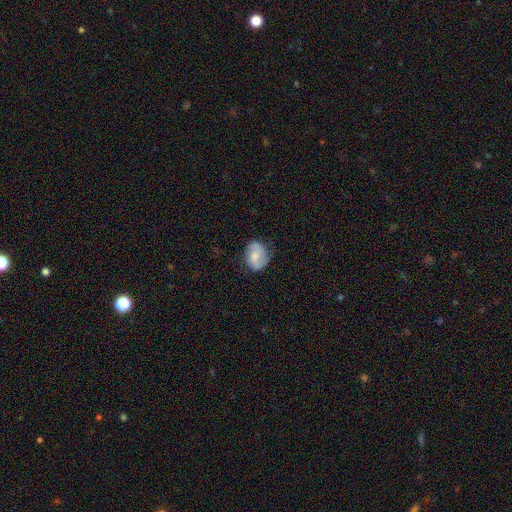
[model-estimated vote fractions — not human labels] A smooth galaxy with no disk features (54%) that is in between round and cigar-shaped (56%).

Vote fractions:
- Smooth or featured? smooth: 54% / featured or disk: 39% / star or artifact: 7%
- How rounded? in between: 56% / round: 43% / cigar-shaped: 1%
- Merging? none: 72% / minor disturbance: 21% / major disturbance: 6% / merger: 1%